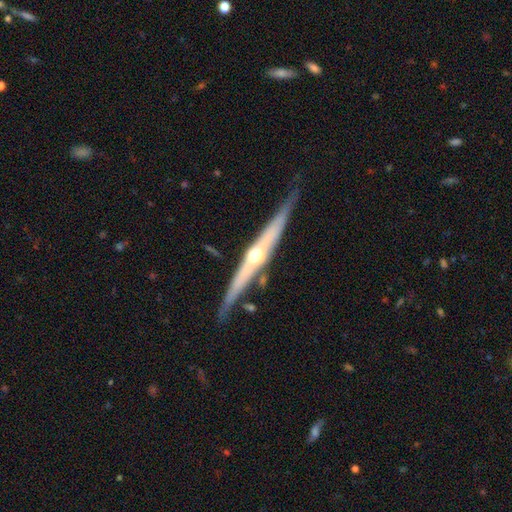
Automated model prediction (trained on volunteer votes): Morphology: type=featured or disk (78%); edge-on=yes (97%); edge-on bulge=rounded (89%); merging=none (80%).